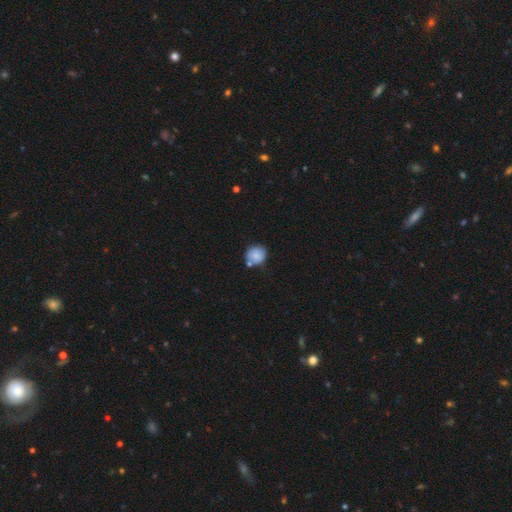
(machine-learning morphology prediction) smooth_or_featured: smooth (p=0.81) [alt: featured or disk p=0.11]
how_rounded: round (p=0.82) [alt: in between p=0.17]
merging: none (p=0.62) [alt: minor disturbance p=0.18]